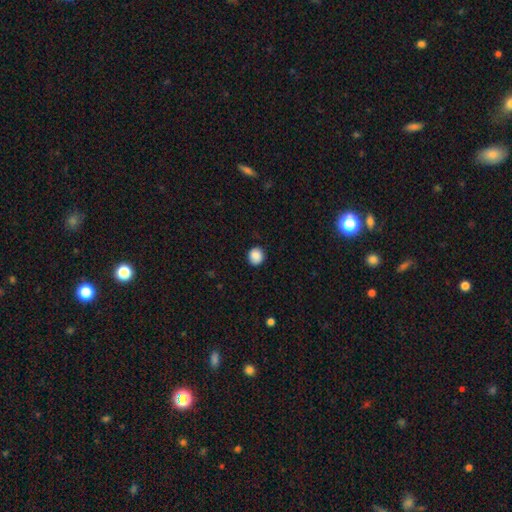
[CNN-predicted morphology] Smooth or featured? smooth (88%)
How rounded? round (85%)
Merging? none (87%)